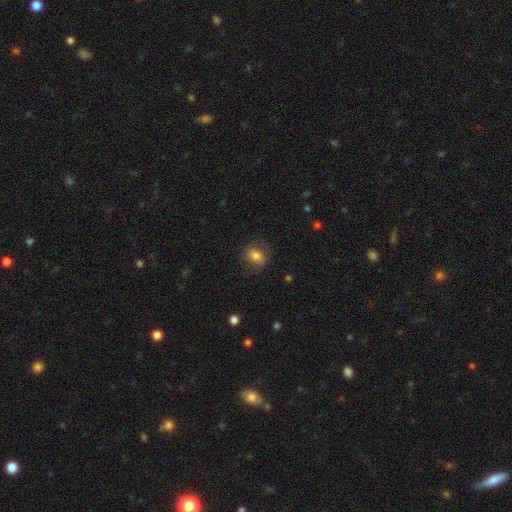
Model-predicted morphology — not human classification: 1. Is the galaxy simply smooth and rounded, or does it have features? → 66% smooth, 25% featured or disk, 9% star or artifact.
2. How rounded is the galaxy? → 50% round, 49% in between, 1% cigar-shaped.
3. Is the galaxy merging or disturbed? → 66% none, 19% minor disturbance, 14% major disturbance, 1% merger.